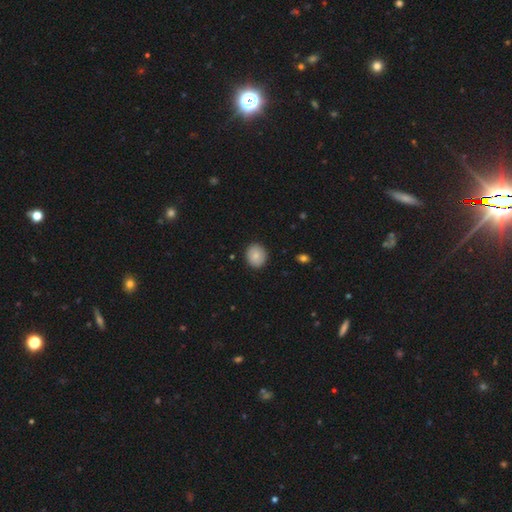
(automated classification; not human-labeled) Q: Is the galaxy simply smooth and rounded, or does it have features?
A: smooth — 83%.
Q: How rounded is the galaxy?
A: round — 76%.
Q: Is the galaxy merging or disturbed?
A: none — 90%.